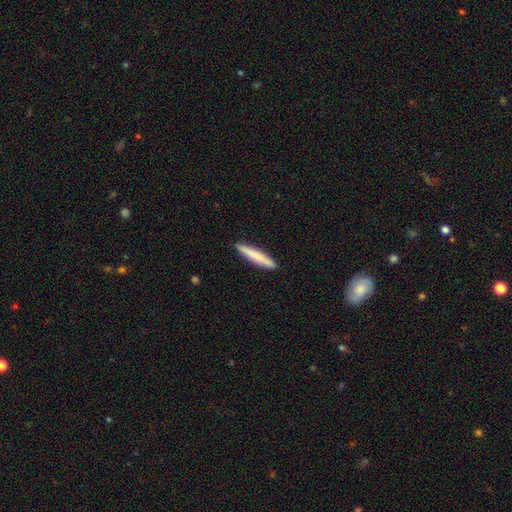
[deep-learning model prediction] Smooth or featured: smooth — 74% (featured or disk — 21%)
How rounded: cigar-shaped — 94% (in between — 5%)
Merging: none — 92% (minor disturbance — 6%)